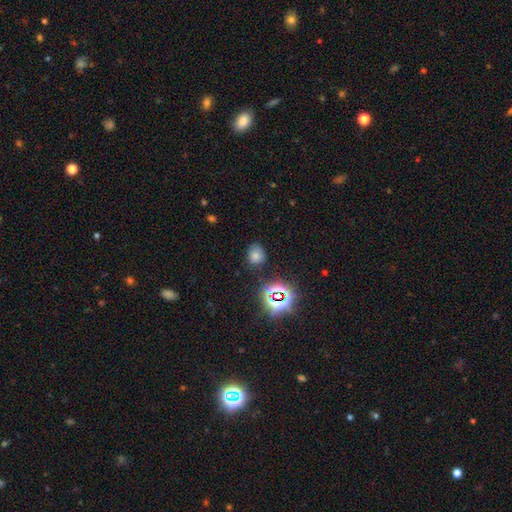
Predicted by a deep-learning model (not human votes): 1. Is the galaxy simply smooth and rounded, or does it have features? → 66% smooth, 27% star or artifact, 7% featured or disk.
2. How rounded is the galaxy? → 65% round, 34% in between, 1% cigar-shaped.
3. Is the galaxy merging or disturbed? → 74% none, 17% minor disturbance, 5% major disturbance, 3% merger.